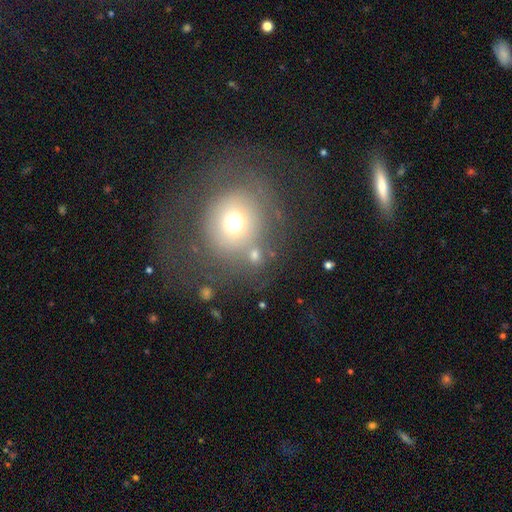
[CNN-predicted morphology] A smooth galaxy with no disk features (59%) that is round (88%). Merging: none (62%).